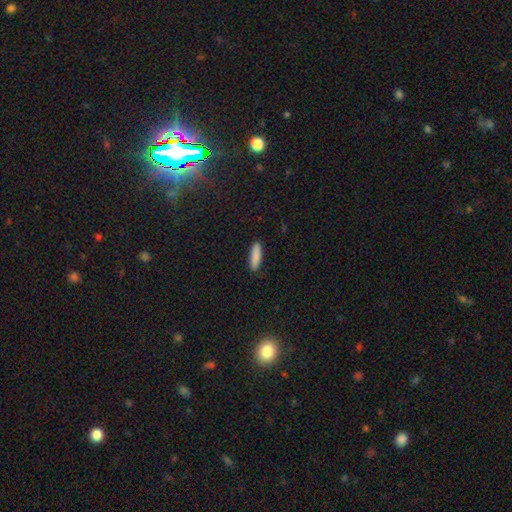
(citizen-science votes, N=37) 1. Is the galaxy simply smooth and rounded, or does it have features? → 84% smooth, 8% featured or disk, 8% star or artifact.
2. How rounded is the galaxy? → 90% cigar-shaped, 10% in between, 0% round.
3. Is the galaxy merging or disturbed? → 94% none, 6% minor disturbance, 0% major disturbance, 0% merger.